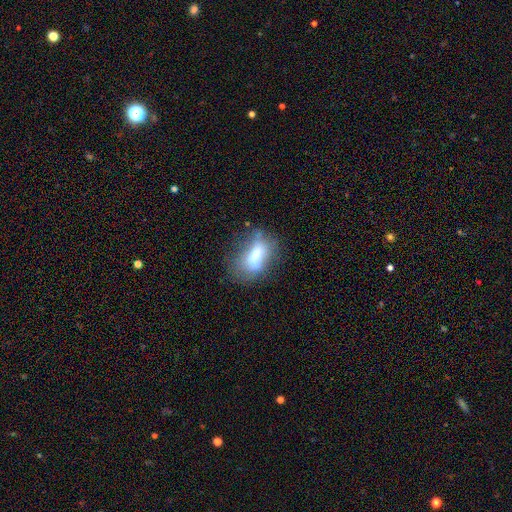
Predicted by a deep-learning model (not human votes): This is possibly a smooth galaxy (58%). How rounded: clearly in between (81%). Merging: marginally none (39%).